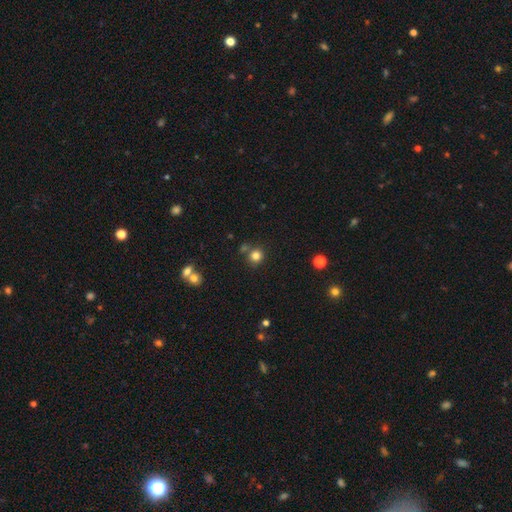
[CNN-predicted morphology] type=smooth (81%); roundness=round (91%); merging=none (75%).